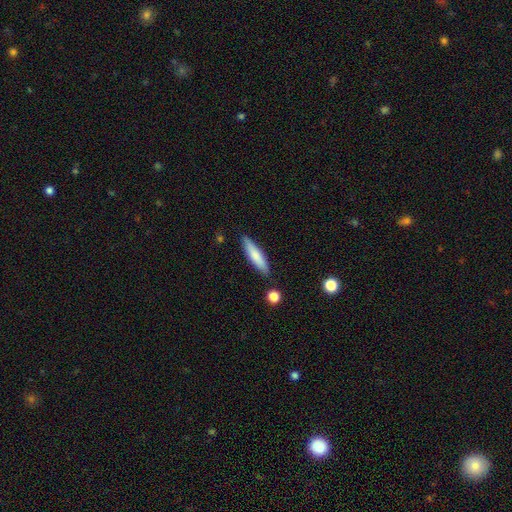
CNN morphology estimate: type=smooth (74%); roundness=cigar-shaped (79%); merging=none (84%).